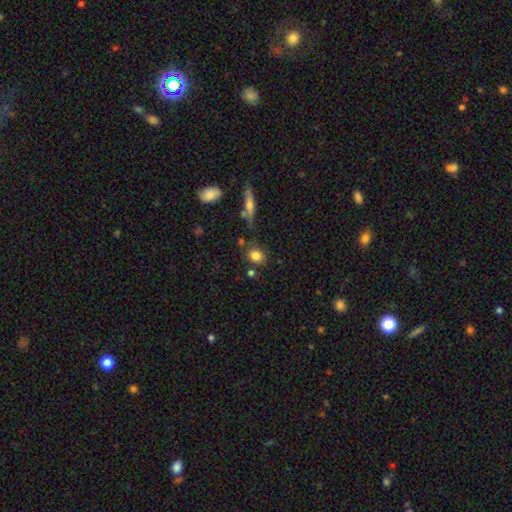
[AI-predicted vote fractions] Smooth or featured? smooth (81%)
How rounded? round (55%)
Merging? none (73%)